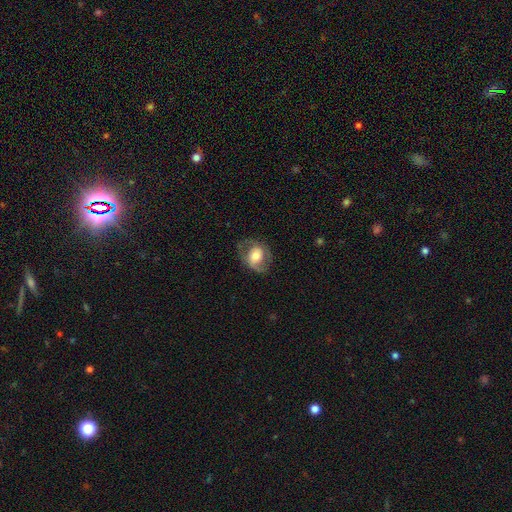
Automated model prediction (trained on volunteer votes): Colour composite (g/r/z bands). It shows a featured or disk galaxy (56%) with no bar (55%), spiral arms (75%) and a moderate central bulge (59%). Merging: none (63%).